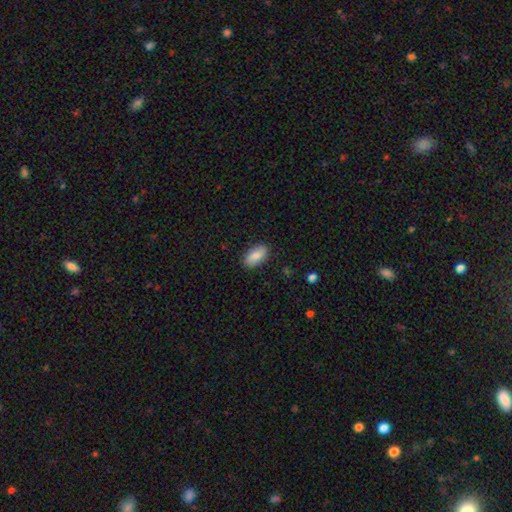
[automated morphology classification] This is likely a smooth galaxy (80%). How rounded: clearly in between (93%). Merging: clearly none (88%).